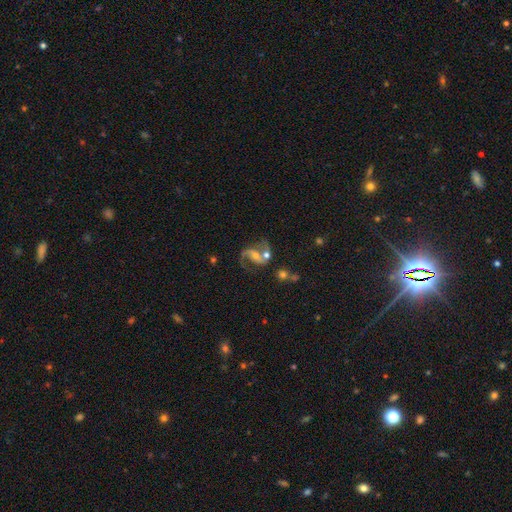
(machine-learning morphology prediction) The model was most divided on "bar": weak: 39%, no: 34%, strong: 27%. Remaining: edge-on disk — no (98%); spiral arms — yes (95%); spiral arm count — 2 (86%); smooth or featured — featured or disk (85%); bulge size — moderate (50%); spiral winding — loose (50%); merging — none (48%).